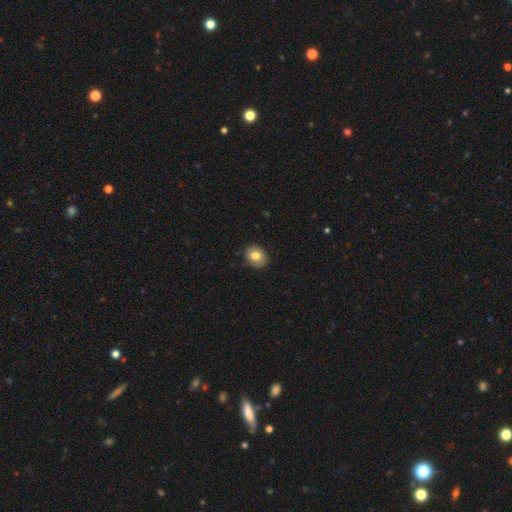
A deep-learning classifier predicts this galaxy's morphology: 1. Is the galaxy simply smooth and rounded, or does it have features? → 78% smooth, 14% featured or disk, 8% star or artifact.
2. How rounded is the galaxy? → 52% in between, 47% round, 1% cigar-shaped.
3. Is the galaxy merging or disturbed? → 83% none, 13% minor disturbance, 3% major disturbance, 1% merger.